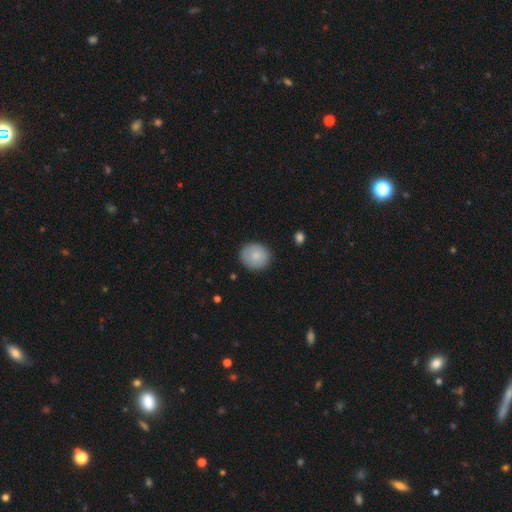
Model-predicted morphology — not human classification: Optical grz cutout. It shows a smooth galaxy with no disk features (82%) that is round (74%). Merging: none (87%).